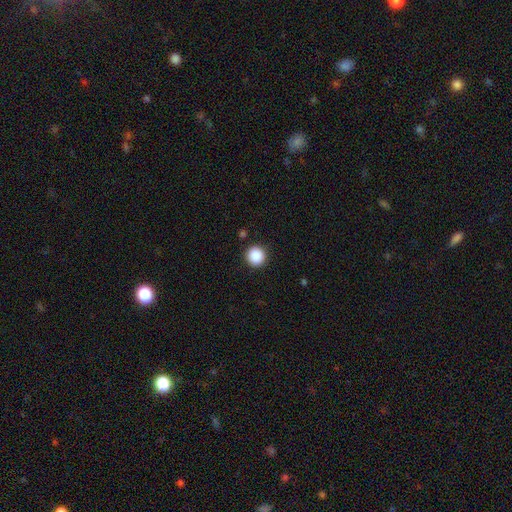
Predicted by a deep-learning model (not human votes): This appears to be a smooth galaxy with no disk features (88%) that is round (95%). Merging: none (92%).